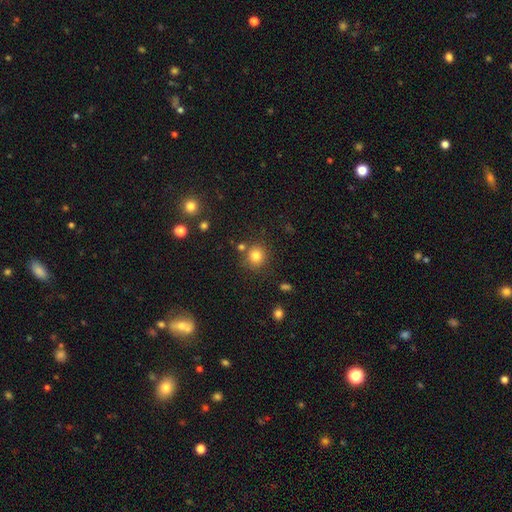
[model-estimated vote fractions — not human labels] Q: Smooth or featured?
A: smooth (81%); runner-up: star or artifact (13%)
Q: How rounded?
A: round (89%); runner-up: in between (10%)
Q: Merging?
A: none (79%); runner-up: minor disturbance (9%)